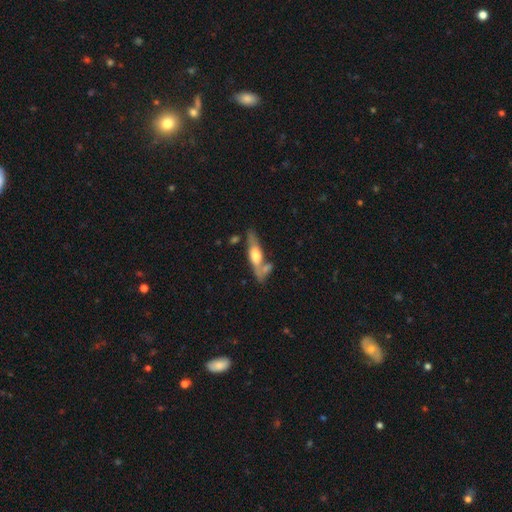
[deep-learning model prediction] Smooth or featured: featured or disk — 51% (smooth — 43%)
Edge-on disk: yes — 72% (no — 28%)
Merging: none — 55% (merger — 22%)